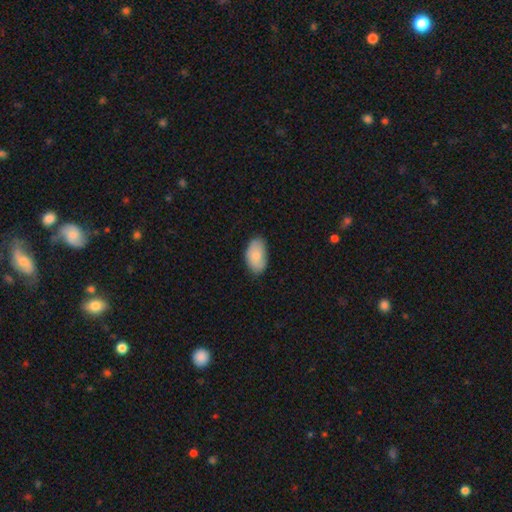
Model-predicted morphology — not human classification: This appears to be a smooth galaxy with no disk features (83%) that is in between round and cigar-shaped (94%). Merging: none (75%).